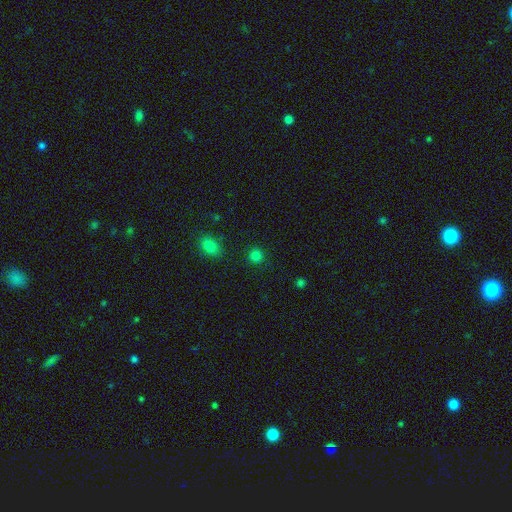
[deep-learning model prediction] A smooth galaxy with no disk features (80%) that is round (91%).

Vote fractions:
- Smooth or featured? smooth: 80% / star or artifact: 16% / featured or disk: 3%
- How rounded? round: 91% / in between: 8% / cigar-shaped: 1%
- Merging? none: 88% / minor disturbance: 7% / major disturbance: 3% / merger: 2%